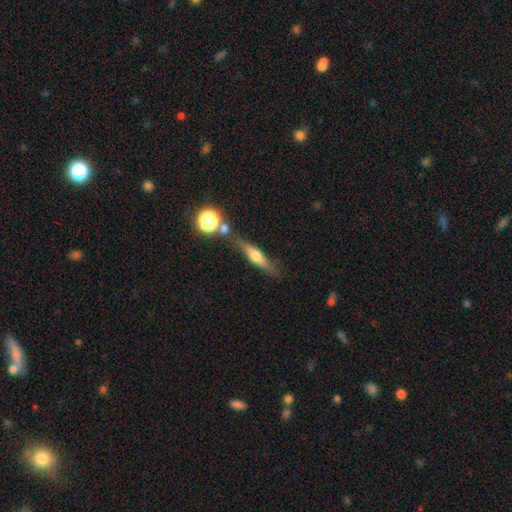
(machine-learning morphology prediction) A featured or disk galaxy (56%) viewed edge-on (91%) with a rounded central bulge (88%).

Vote fractions:
- Smooth or featured? featured or disk: 56% / smooth: 34% / star or artifact: 10%
- Edge-on disk? yes: 91% / no: 9%
- Edge-on bulge? rounded: 88% / boxy: 8% / none: 4%
- Merging? none: 69% / minor disturbance: 14% / merger: 12% / major disturbance: 5%